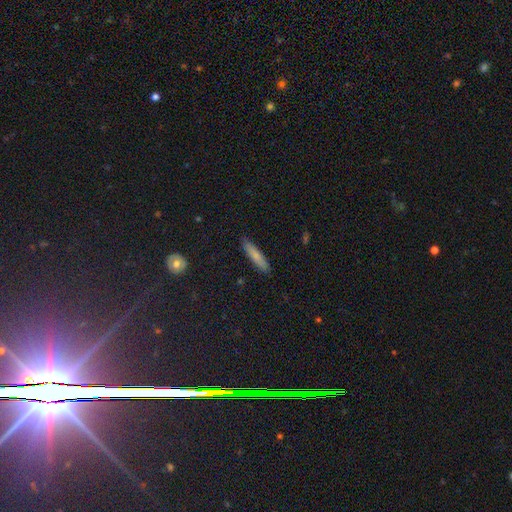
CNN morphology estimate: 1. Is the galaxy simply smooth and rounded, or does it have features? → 76% smooth, 17% featured or disk, 7% star or artifact.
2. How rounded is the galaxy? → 88% cigar-shaped, 10% in between, 1% round.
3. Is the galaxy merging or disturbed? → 88% none, 9% minor disturbance, 2% major disturbance, 1% merger.